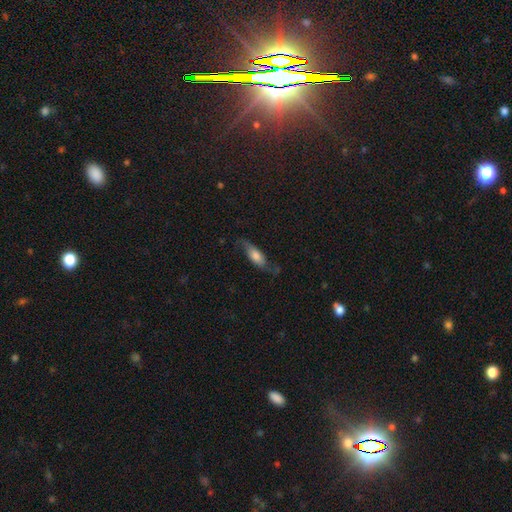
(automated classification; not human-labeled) A featured or disk galaxy (46%, tied with smooth). Merging: none (62%).